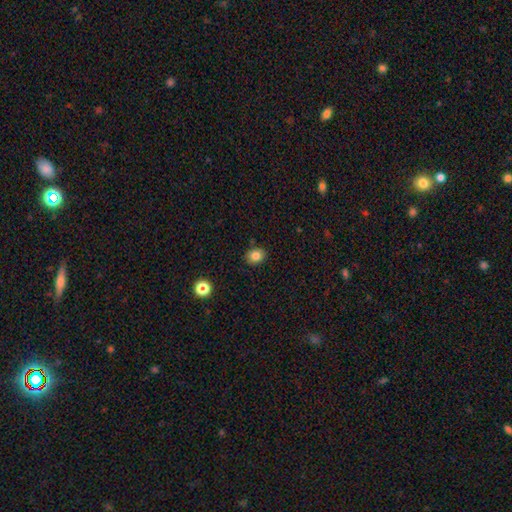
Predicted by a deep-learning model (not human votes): A smooth galaxy with no disk features (83%) that is round (59%).

Vote fractions:
- Smooth or featured? smooth: 83% / star or artifact: 11% / featured or disk: 6%
- How rounded? round: 59% / in between: 40% / cigar-shaped: 1%
- Merging? none: 86% / minor disturbance: 9% / merger: 2% / major disturbance: 2%